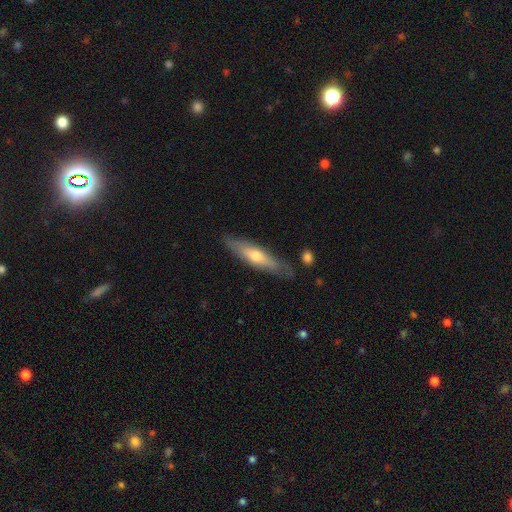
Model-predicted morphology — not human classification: The model was most divided on "smooth or featured": smooth: 48%, featured or disk: 47%, star or artifact: 5%. More confident: merging — none (80%).